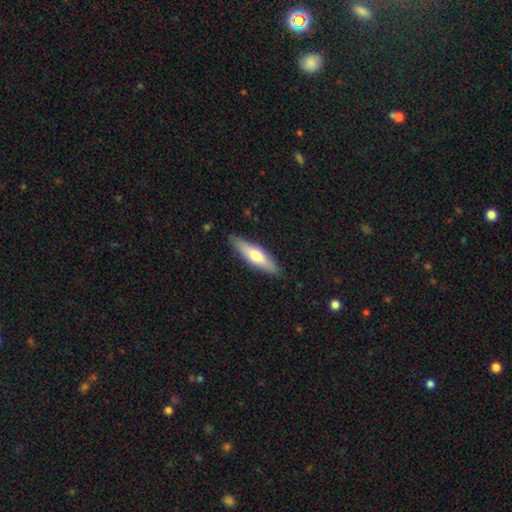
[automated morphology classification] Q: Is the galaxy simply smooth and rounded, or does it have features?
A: smooth — 57%.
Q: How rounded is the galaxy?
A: cigar-shaped — 68%.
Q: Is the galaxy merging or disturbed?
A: none — 87%.